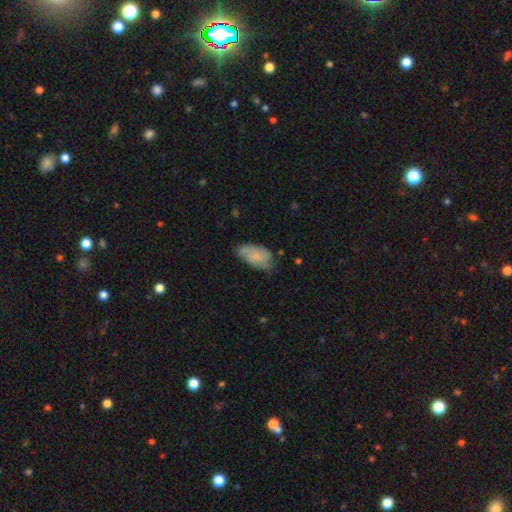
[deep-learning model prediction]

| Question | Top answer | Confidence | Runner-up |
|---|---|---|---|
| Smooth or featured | smooth | 66% | featured or disk (27%) |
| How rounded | in between | 93% | round (4%) |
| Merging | none | 56% | minor disturbance (32%) |